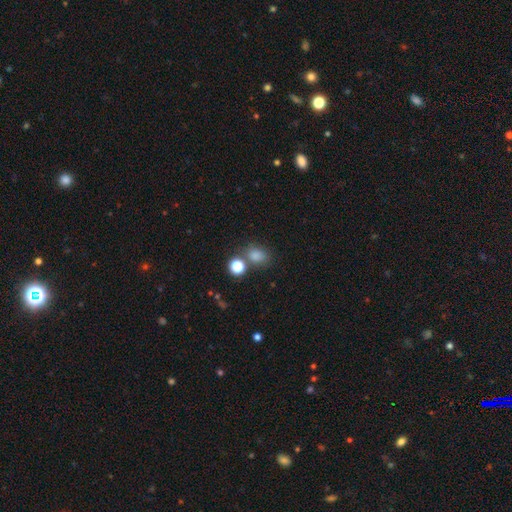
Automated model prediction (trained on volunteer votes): A smooth galaxy with no disk features (79%) that is in between round and cigar-shaped (53%). Merging: none (63%).